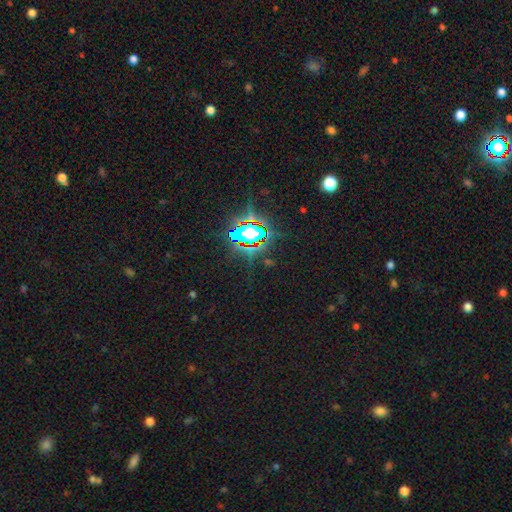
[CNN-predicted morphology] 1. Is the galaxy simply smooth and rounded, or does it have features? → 83% star or artifact, 10% smooth, 6% featured or disk.